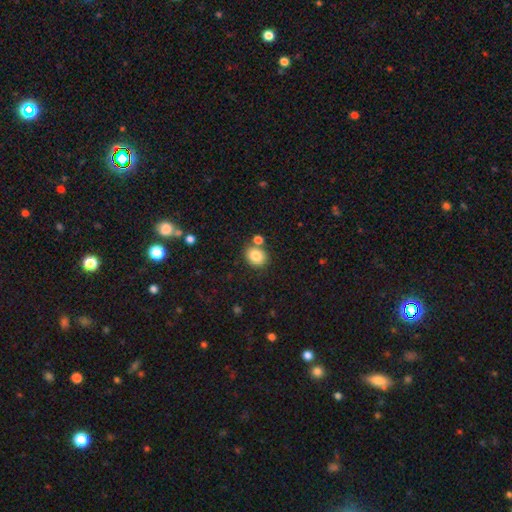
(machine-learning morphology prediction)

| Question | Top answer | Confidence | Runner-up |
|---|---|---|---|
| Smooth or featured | smooth | 83% | star or artifact (10%) |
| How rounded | round | 62% | in between (37%) |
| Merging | none | 73% | merger (14%) |